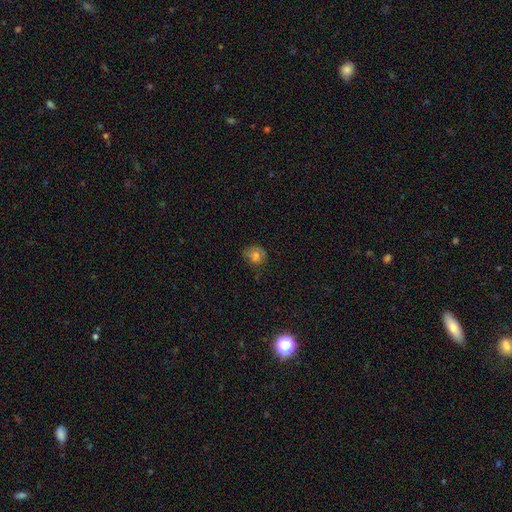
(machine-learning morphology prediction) type=smooth (75%); roundness=round (71%); merging=none (61%).